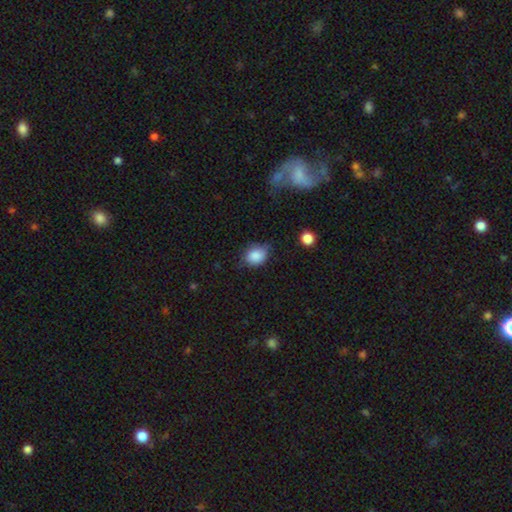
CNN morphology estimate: This is clearly a smooth galaxy (85%). How rounded: possibly in between (56%). Merging: possibly none (59%).